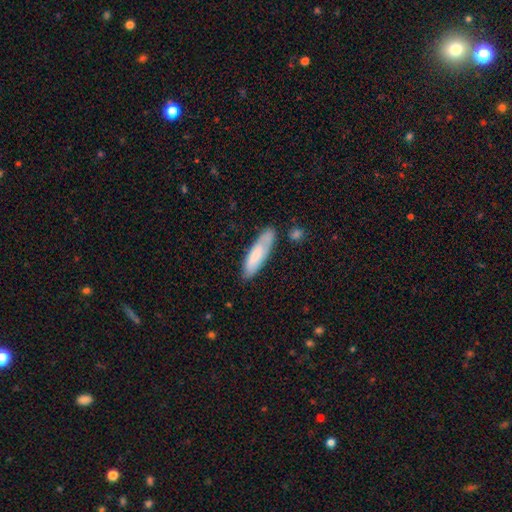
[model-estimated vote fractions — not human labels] smooth_or_featured: smooth (p=0.71) [alt: featured or disk p=0.23]
how_rounded: cigar-shaped (p=0.62) [alt: in between p=0.37]
merging: none (p=0.72) [alt: minor disturbance p=0.19]